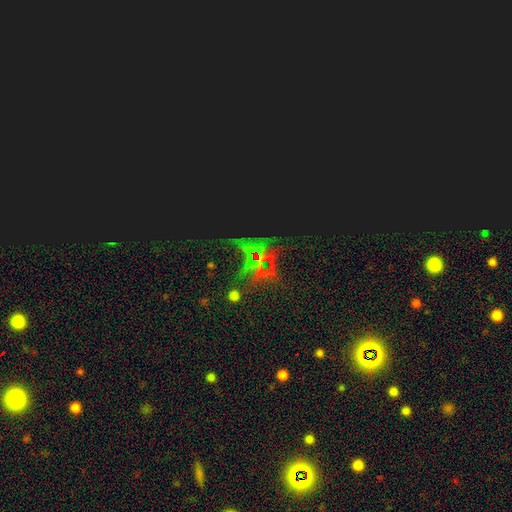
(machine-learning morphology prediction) A star or artifact, not a galaxy (77%).